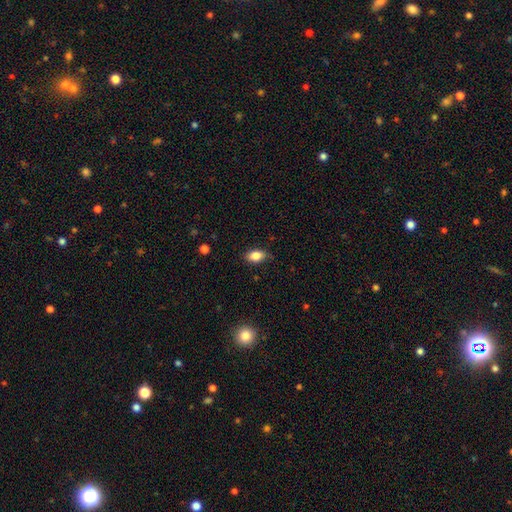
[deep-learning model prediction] A smooth galaxy with no disk features (84%) that is in between round and cigar-shaped (87%). Merging: none (77%).